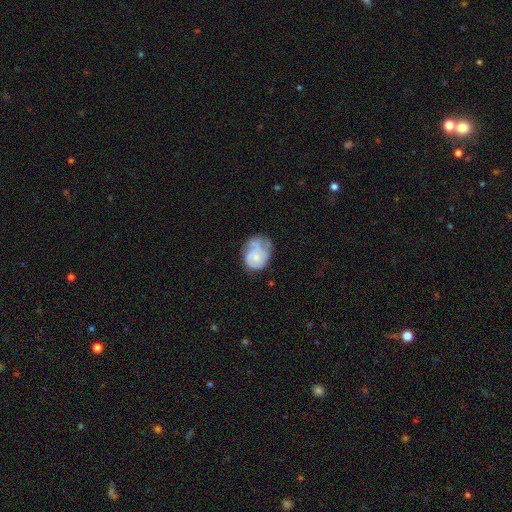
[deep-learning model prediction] Overall: featured or disk (51%; smooth 41%). Edge-on disk: no (98%). Bar: no (81%). Spiral arms: yes (68%; no 32%). Bulge size: small (57%; moderate 26%). Merging: none (35%; minor disturbance 33%).